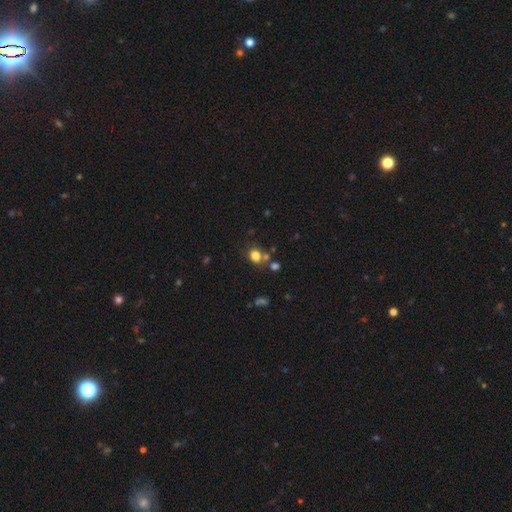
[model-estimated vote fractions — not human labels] Smooth or featured? smooth (78%)
How rounded? round (56%)
Merging? none (64%)